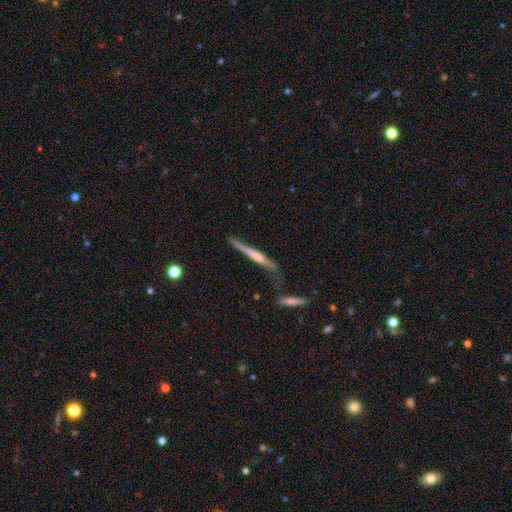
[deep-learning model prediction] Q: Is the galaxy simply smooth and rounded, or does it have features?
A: featured or disk — 51%.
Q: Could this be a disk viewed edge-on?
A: yes — 92%.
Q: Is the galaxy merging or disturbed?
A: none — 53%.